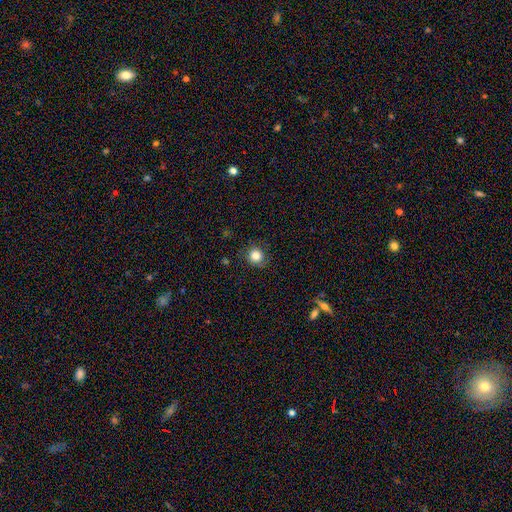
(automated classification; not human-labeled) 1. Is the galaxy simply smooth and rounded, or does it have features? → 83% smooth, 11% star or artifact, 7% featured or disk.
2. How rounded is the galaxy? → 89% round, 10% in between, 1% cigar-shaped.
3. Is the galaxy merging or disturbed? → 84% none, 11% minor disturbance, 3% major disturbance, 1% merger.